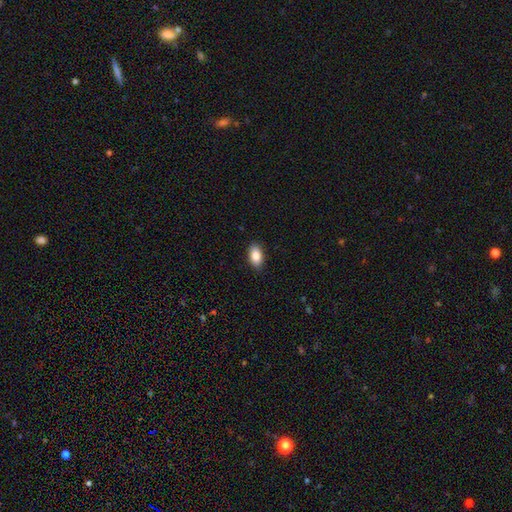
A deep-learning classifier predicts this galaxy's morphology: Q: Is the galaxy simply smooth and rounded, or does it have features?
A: smooth — 87%.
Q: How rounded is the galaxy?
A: in between — 92%.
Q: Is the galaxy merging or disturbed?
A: none — 88%.